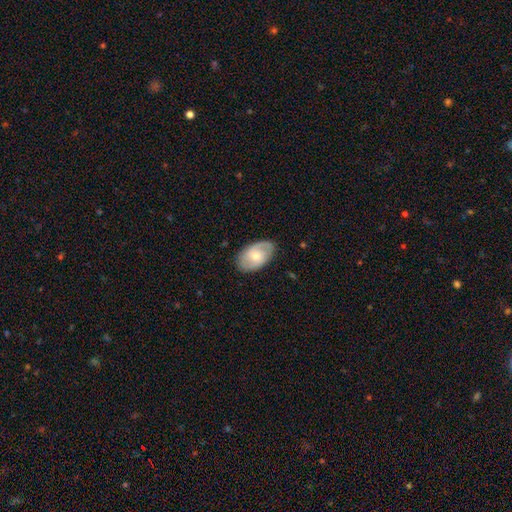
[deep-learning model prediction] smooth-or-featured: featured or disk: 51% | smooth: 43% | star or artifact: 6%
  disk-edge-on: no: 93% | yes: 7%
  merging: none: 79% | minor disturbance: 16% | major disturbance: 4% | merger: 1%